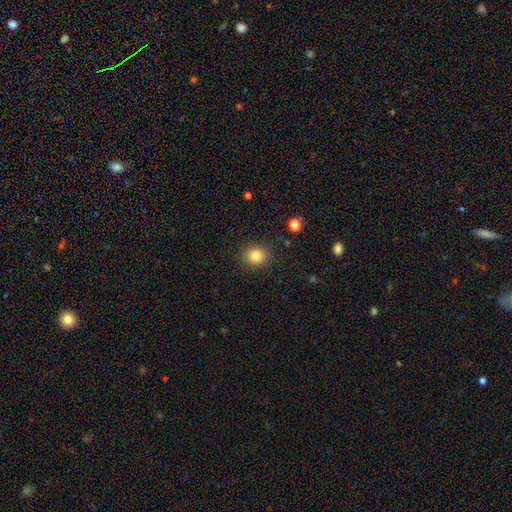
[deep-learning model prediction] Morphology: type=smooth (83%); roundness=round (77%); merging=none (88%).